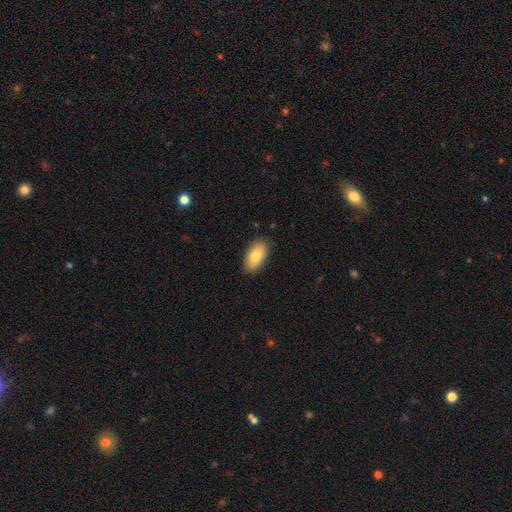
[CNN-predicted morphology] smooth_or_featured: smooth (p=0.81) [alt: featured or disk p=0.12]
how_rounded: in between (p=0.94) [alt: round p=0.03]
merging: none (p=0.87) [alt: minor disturbance p=0.10]